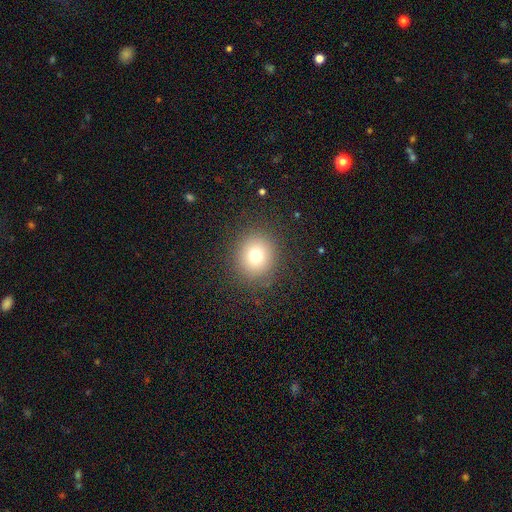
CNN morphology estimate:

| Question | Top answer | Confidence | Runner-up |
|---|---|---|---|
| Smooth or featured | smooth | 75% | star or artifact (15%) |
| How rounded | round | 85% | in between (14%) |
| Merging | none | 88% | minor disturbance (7%) |